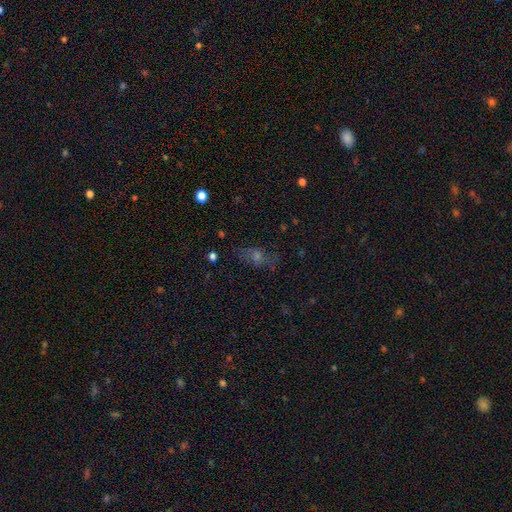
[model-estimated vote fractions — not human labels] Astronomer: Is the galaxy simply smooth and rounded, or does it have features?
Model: smooth — 41% (runner-up: featured or disk, 31%).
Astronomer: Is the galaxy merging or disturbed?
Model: none — 72%.